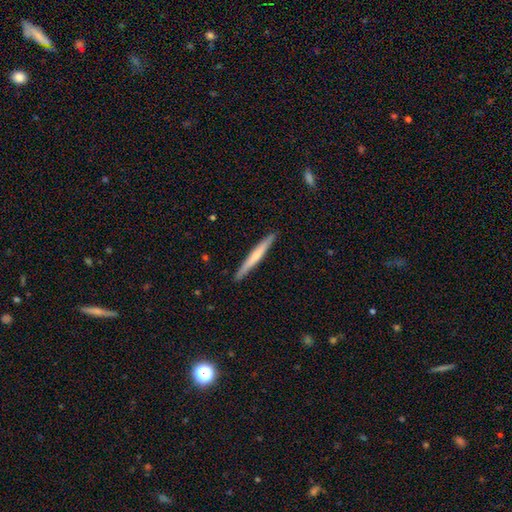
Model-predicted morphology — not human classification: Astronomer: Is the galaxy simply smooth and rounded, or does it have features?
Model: smooth — 51% (runner-up: featured or disk, 44%).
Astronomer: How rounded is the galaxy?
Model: cigar-shaped — 97%.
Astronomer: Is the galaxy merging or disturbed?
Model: none — 91%.